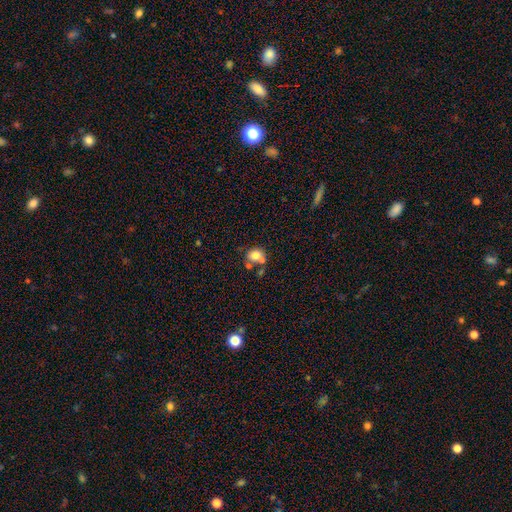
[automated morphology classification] This appears to be a smooth galaxy with no disk features (76%) that is round (71%). Merging: none (47%).